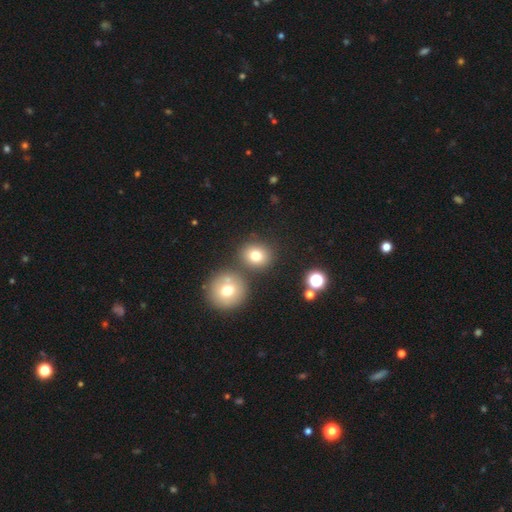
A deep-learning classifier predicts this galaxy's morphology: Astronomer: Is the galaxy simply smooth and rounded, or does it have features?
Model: smooth — 76%.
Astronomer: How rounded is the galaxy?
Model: round — 80%.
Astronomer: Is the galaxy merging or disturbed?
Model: none — 74%.